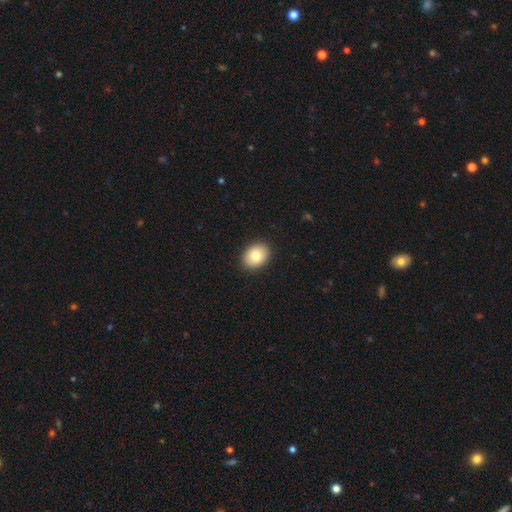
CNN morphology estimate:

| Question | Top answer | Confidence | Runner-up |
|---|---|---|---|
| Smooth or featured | smooth | 84% | featured or disk (9%) |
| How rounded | in between | 64% | round (35%) |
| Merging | none | 90% | minor disturbance (7%) |